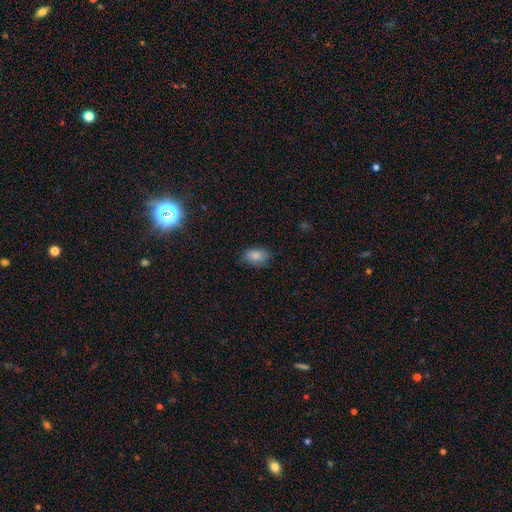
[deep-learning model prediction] Smooth or featured? smooth (83%)
How rounded? in between (83%)
Merging? none (77%)